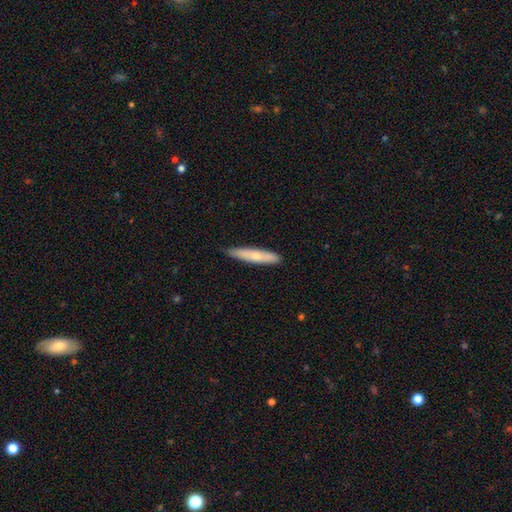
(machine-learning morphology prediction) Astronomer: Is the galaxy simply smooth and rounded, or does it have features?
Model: smooth — 64%.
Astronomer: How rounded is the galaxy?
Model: cigar-shaped — 88%.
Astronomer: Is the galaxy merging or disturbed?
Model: none — 85%.